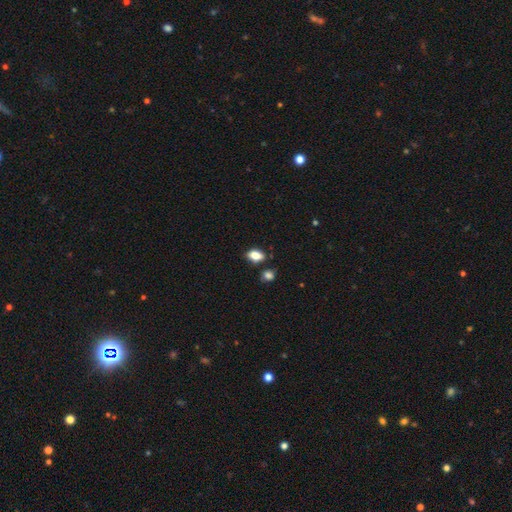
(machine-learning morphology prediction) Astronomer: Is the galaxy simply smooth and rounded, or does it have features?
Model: smooth — 82%.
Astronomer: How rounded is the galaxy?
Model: in between — 83%.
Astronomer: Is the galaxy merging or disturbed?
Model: none — 75%.